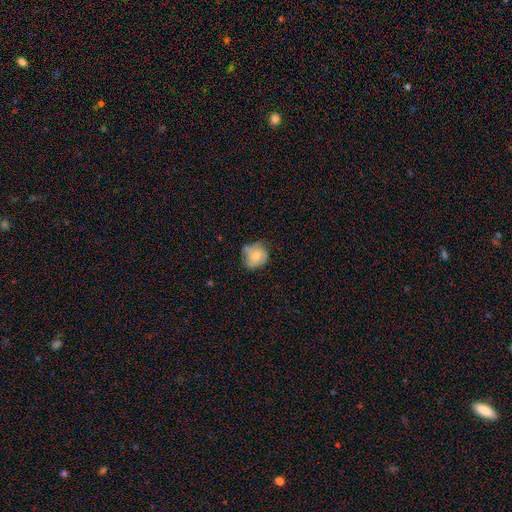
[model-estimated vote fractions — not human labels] Morphology: type=smooth (60%); roundness=round (77%); merging=none (54%).